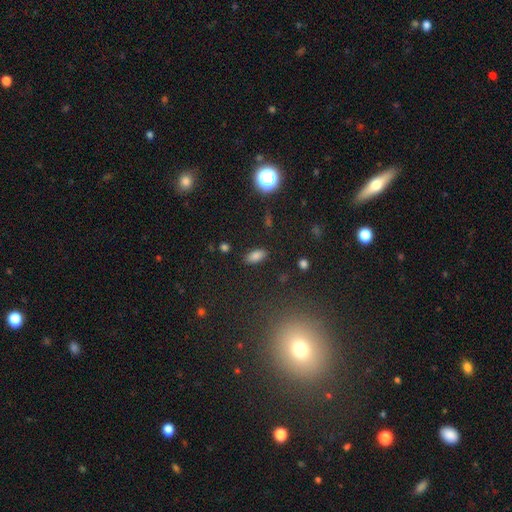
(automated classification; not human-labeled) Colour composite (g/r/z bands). It shows a smooth galaxy with no disk features (82%) that is in between round and cigar-shaped (89%). Merging: none (87%).